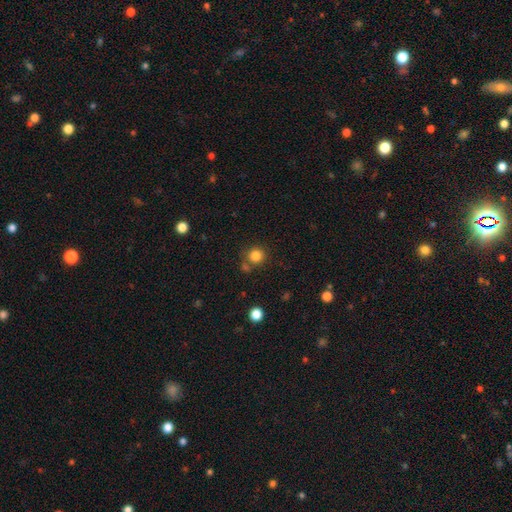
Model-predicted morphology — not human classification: type=smooth (83%); roundness=round (92%); merging=none (73%).